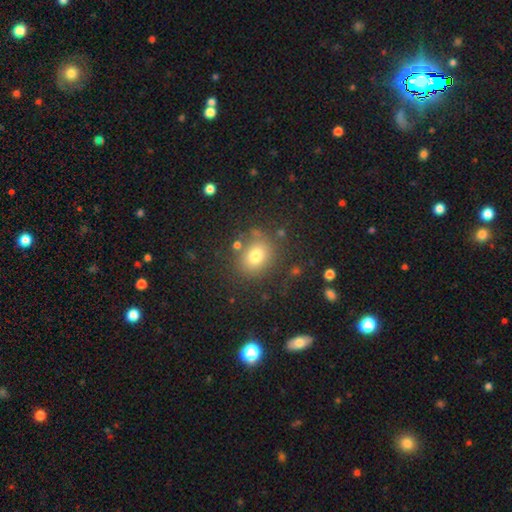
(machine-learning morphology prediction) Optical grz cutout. It shows a smooth galaxy with no disk features (76%) that is round (60%). Merging: none (79%).